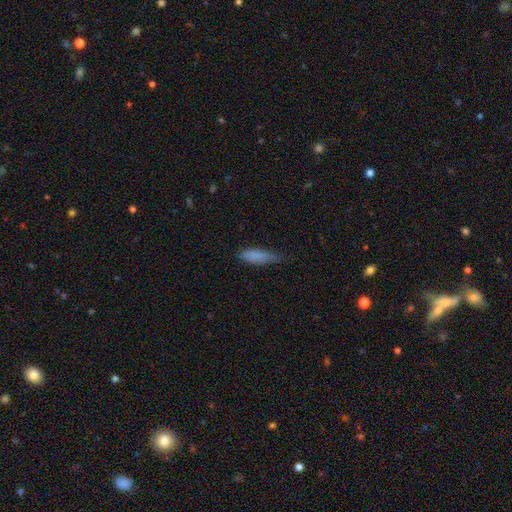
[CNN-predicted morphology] Smooth or featured?
  - smooth: 84% *
  - featured or disk: 9%
  - star or artifact: 7%
How rounded?
  - cigar-shaped: 57% *
  - in between: 41%
  - round: 2%
Merging?
  - none: 60% *
  - minor disturbance: 32%
  - major disturbance: 6%
  - merger: 2%